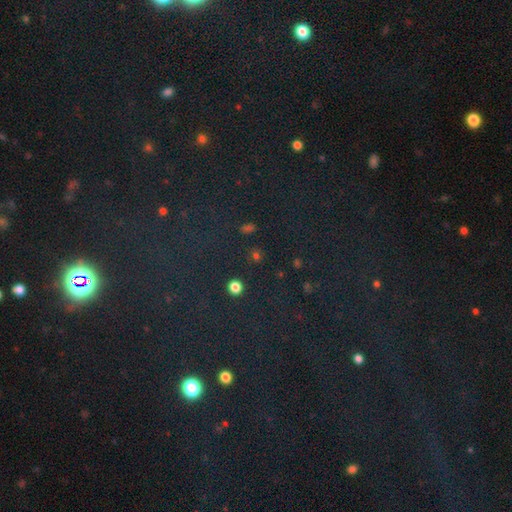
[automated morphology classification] Smooth or featured?
  - star or artifact: 49% *
  - smooth: 45%
  - featured or disk: 7%